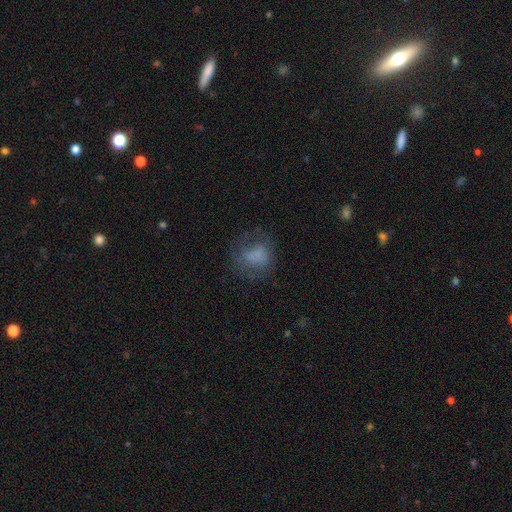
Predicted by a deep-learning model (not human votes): smooth-or-featured: smooth: 63% | featured or disk: 25% | star or artifact: 13%
  how-rounded: round: 63% | in between: 36% | cigar-shaped: 1%
  merging: none: 53% | major disturbance: 24% | minor disturbance: 21% | merger: 2%